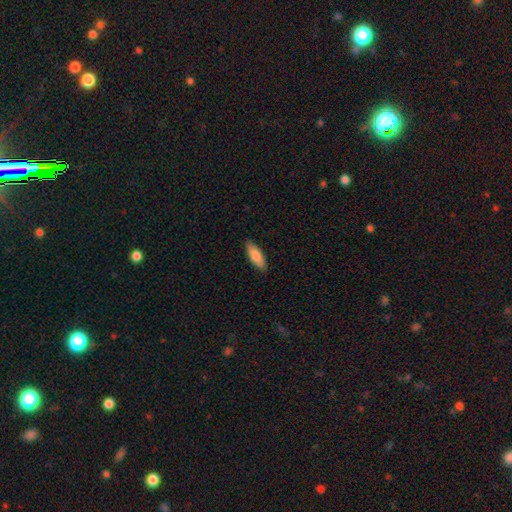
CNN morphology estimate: smooth 84%, featured or disk 10%, star or artifact 5%. Down the decision tree: how rounded — in between (65%); merging — none (88%).